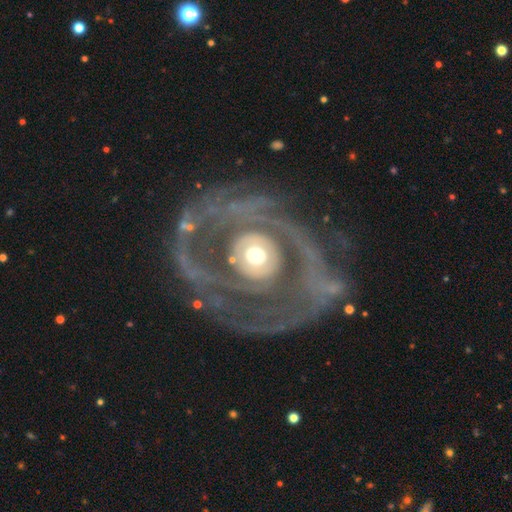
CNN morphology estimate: Smooth or featured?
  - featured or disk: 84% *
  - smooth: 11%
  - star or artifact: 5%
Edge-on disk?
  - no: 96% *
  - yes: 4%
Bar?
  - no: 77% *
  - weak: 14%
  - strong: 9%
Spiral arms?
  - yes: 82% *
  - no: 18%
Spiral winding?
  - tight: 50% *
  - medium: 30%
  - loose: 20%
Spiral arm count?
  - 2: 34% *
  - can't tell: 21%
  - 3: 14%
  - 1: 11%
  - 4: 10%
  - more than 4: 10%
Bulge size?
  - moderate: 57% *
  - large: 24%
  - small: 14%
  - dominant: 4%
  - none: 2%
Merging?
  - none: 69% *
  - major disturbance: 16%
  - minor disturbance: 12%
  - merger: 3%